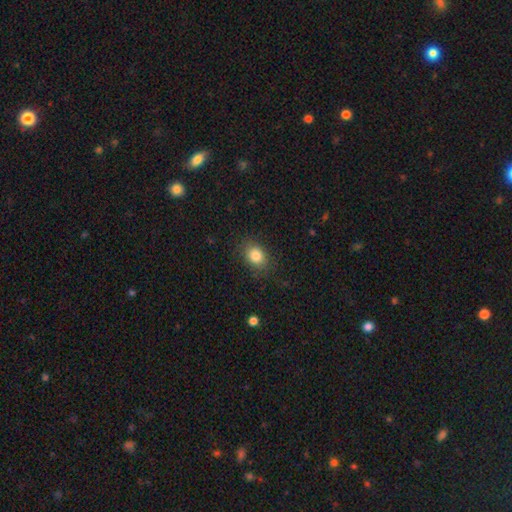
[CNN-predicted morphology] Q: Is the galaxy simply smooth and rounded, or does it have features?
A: smooth — 82%.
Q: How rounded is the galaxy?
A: in between — 57%.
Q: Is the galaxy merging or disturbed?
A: none — 84%.